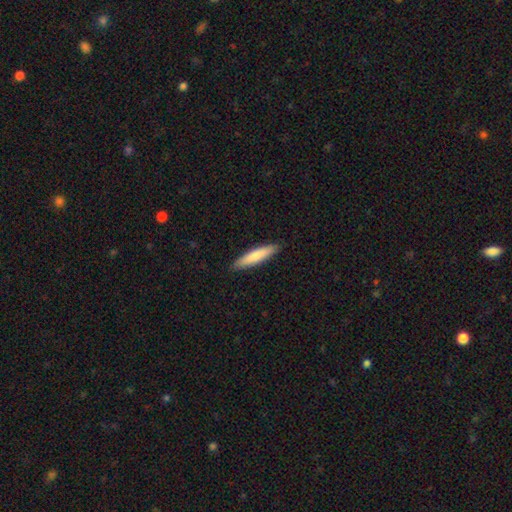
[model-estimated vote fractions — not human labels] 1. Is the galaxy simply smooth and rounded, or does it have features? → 79% smooth, 16% featured or disk, 5% star or artifact.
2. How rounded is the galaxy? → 85% cigar-shaped, 14% in between, 1% round.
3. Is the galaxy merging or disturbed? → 90% none, 8% minor disturbance, 1% major disturbance, 1% merger.